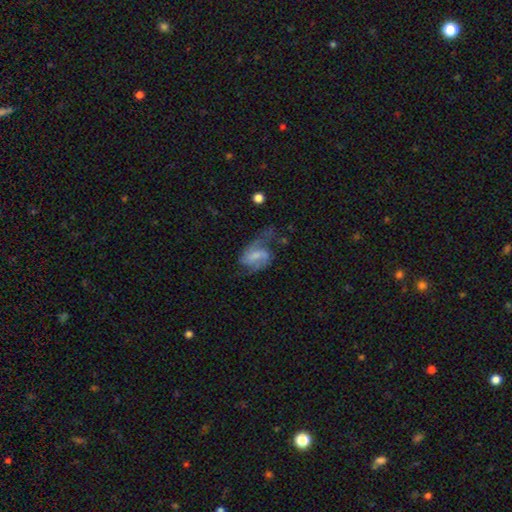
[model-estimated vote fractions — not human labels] Smooth or featured? Predicted: featured or disk (p=0.68). Edge-on disk? Predicted: no (p=0.97). Bar? Predicted: weak (p=0.47). Spiral arms? Predicted: yes (p=0.87). Spiral winding? Predicted: medium (p=0.44). Spiral arm count? Predicted: 2 (p=0.79). Bulge size? Predicted: none (p=0.42). Merging? Predicted: none (p=0.40).